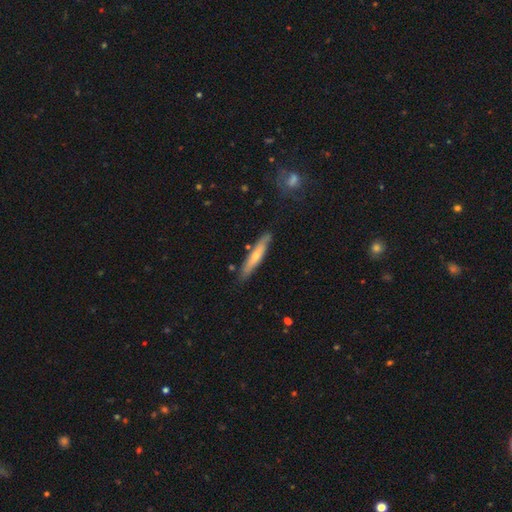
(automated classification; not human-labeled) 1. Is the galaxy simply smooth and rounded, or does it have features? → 55% smooth, 40% featured or disk, 5% star or artifact.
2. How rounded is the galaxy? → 89% cigar-shaped, 9% in between, 1% round.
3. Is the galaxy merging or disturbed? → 82% none, 13% minor disturbance, 3% merger, 2% major disturbance.